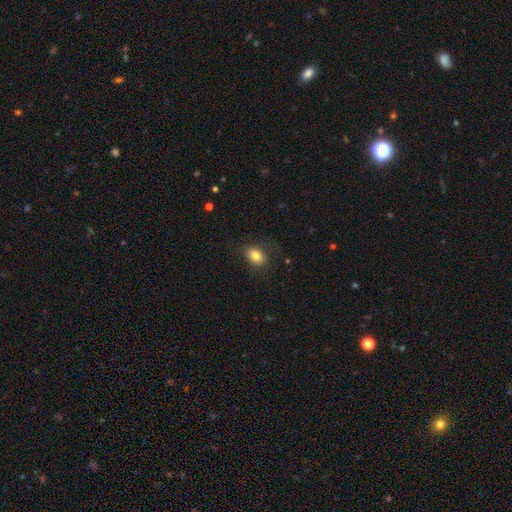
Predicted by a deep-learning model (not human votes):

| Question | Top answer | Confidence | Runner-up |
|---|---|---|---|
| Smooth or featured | smooth | 82% | star or artifact (10%) |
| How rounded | in between | 63% | round (36%) |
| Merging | none | 81% | minor disturbance (14%) |